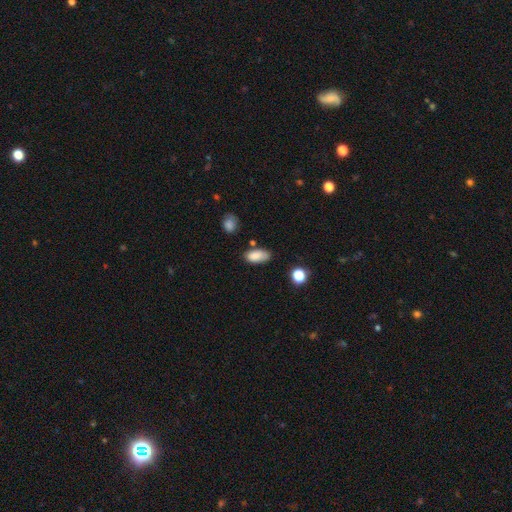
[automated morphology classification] smooth_or_featured: smooth (p=0.85) [alt: star or artifact p=0.09]
how_rounded: in between (p=0.91) [alt: cigar-shaped p=0.06]
merging: none (p=0.66) [alt: minor disturbance p=0.24]